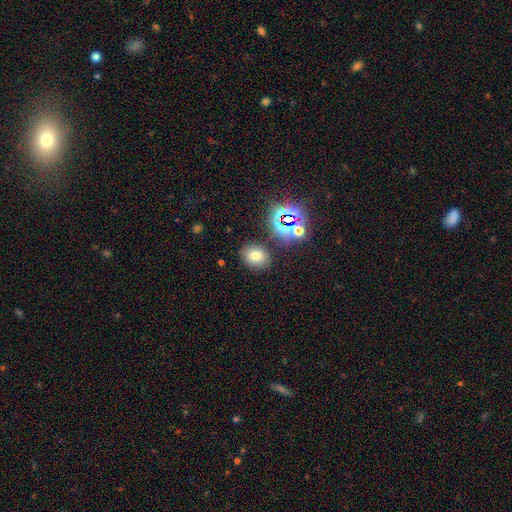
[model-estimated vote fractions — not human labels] Q: Smooth or featured?
A: smooth (67%); runner-up: star or artifact (21%)
Q: How rounded?
A: round (52%); runner-up: in between (47%)
Q: Merging?
A: none (82%); runner-up: minor disturbance (10%)